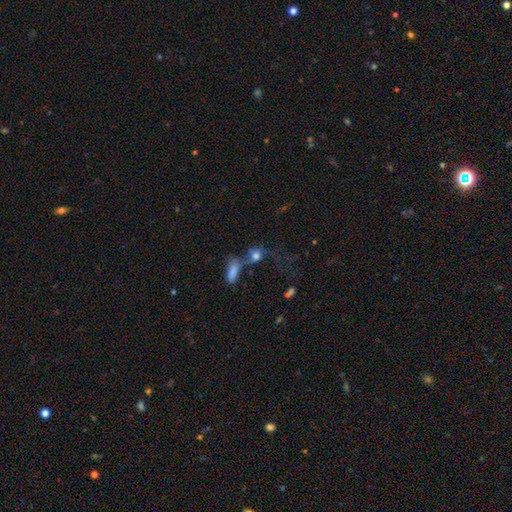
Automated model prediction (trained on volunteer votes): Morphology: type=smooth (65%); roundness=in between (48%); merging=merger (39%).